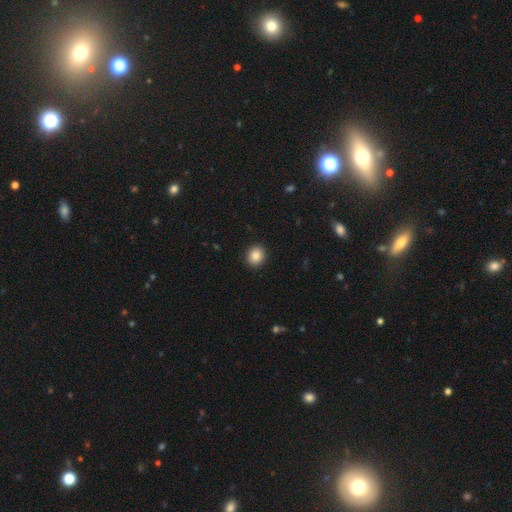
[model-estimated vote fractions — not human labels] Smooth or featured? smooth (87%)
How rounded? round (75%)
Merging? none (92%)